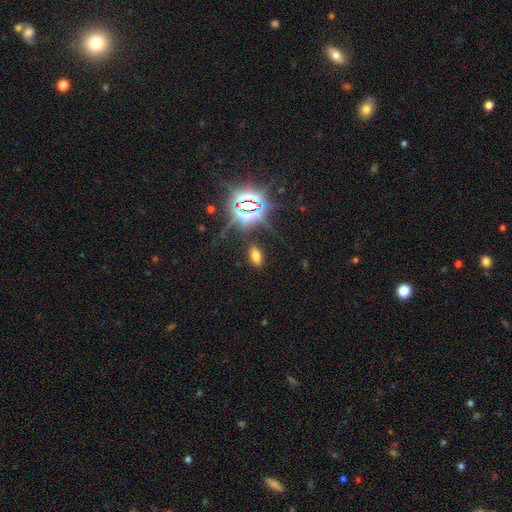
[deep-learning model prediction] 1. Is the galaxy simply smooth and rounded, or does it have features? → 57% smooth, 35% star or artifact, 8% featured or disk.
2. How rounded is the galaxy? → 89% in between, 6% cigar-shaped, 5% round.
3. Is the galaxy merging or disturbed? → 85% none, 8% minor disturbance, 4% major disturbance, 2% merger.